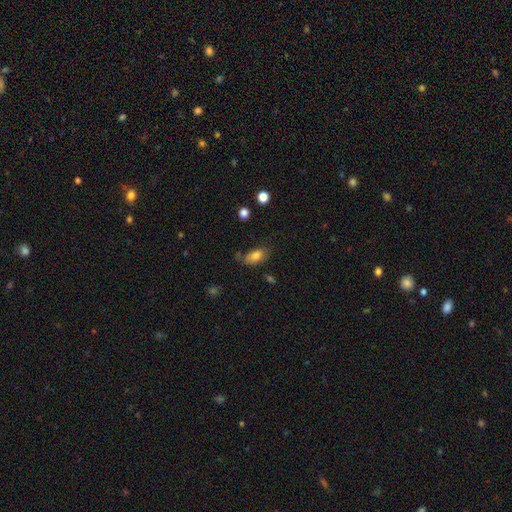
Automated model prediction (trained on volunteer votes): Smooth or featured?
  - smooth: 80% *
  - featured or disk: 11%
  - star or artifact: 9%
How rounded?
  - in between: 89% *
  - round: 7%
  - cigar-shaped: 4%
Merging?
  - none: 62% *
  - minor disturbance: 25%
  - major disturbance: 8%
  - merger: 5%